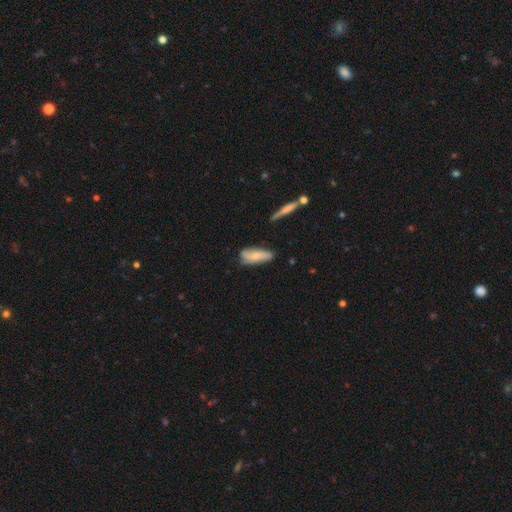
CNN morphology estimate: Overall: smooth (64%; featured or disk 29%). How rounded: in between (61%; cigar-shaped 37%). Merging: none (66%).